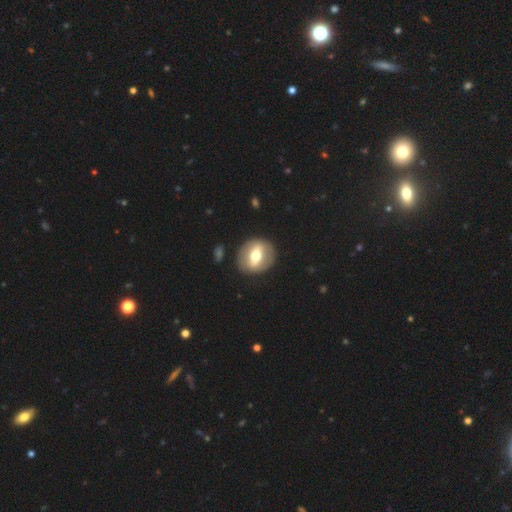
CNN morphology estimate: Q: Smooth or featured?
A: featured or disk (57%); runner-up: smooth (37%)
Q: Edge-on disk?
A: no (81%); runner-up: yes (19%)
Q: Merging?
A: none (87%); runner-up: minor disturbance (8%)